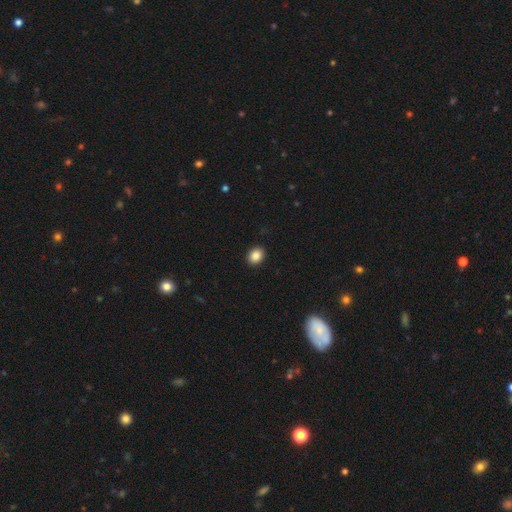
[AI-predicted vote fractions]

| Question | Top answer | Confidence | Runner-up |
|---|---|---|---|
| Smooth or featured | smooth | 87% | star or artifact (9%) |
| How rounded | in between | 54% | round (46%) |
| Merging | none | 91% | minor disturbance (6%) |